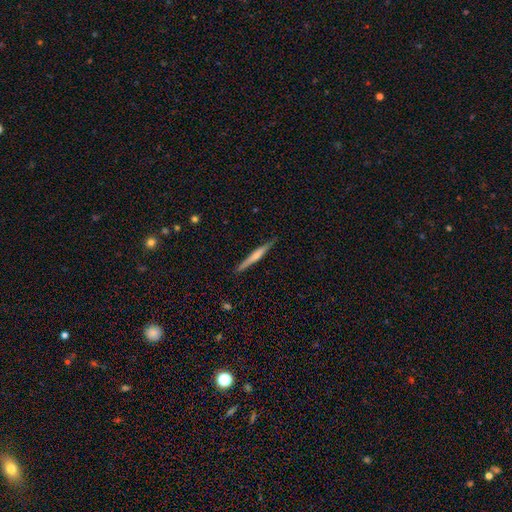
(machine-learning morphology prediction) featured or disk 49%, smooth 46%, star or artifact 6%. Down the decision tree: merging — none (87%).